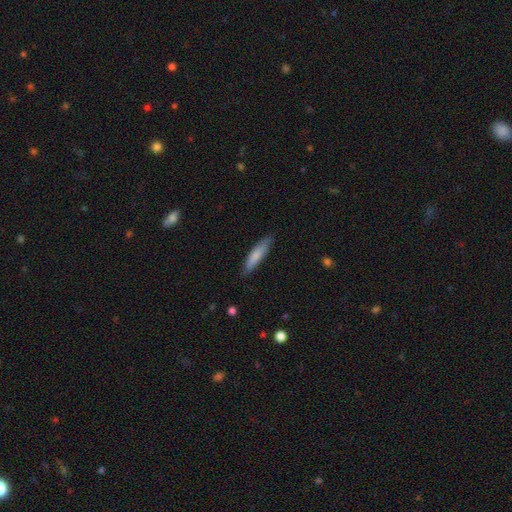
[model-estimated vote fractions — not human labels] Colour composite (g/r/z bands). It shows a smooth galaxy with no disk features (78%) that is cigar-shaped (79%). Merging: none (83%).